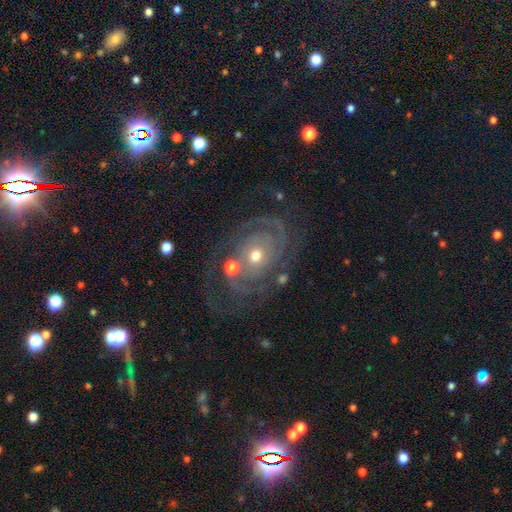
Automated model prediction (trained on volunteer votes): This is clearly a featured or disk galaxy (87%). It is clearly not viewed edge-on (97%). Bar: clearly no (80%). Spiral arm pattern: clearly yes (95%). Spiral arm count: possibly 2 (52%). Spiral winding: likely tight (66%). Central bulge: possibly moderate (53%). Merging: likely none (66%).